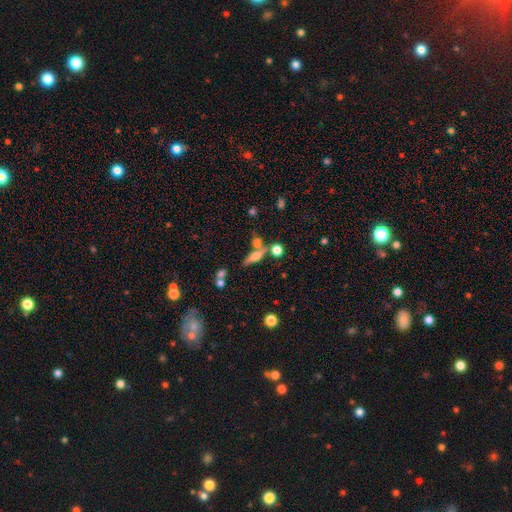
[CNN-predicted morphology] type=smooth (49%); merging=none (58%).